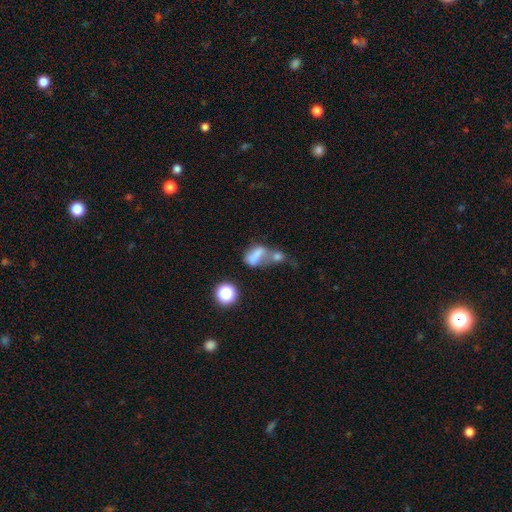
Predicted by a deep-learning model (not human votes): This is likely a smooth galaxy (60%). How rounded: likely in between (71%). Merging: possibly merger (55%).